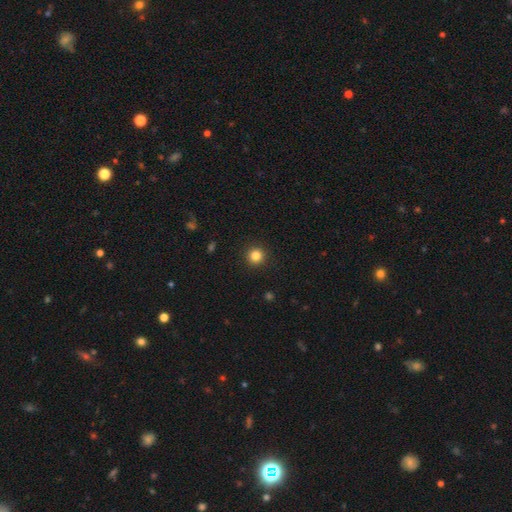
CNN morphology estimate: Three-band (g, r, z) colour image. It shows a smooth galaxy with no disk features (83%) that is round (95%). Merging: none (93%).